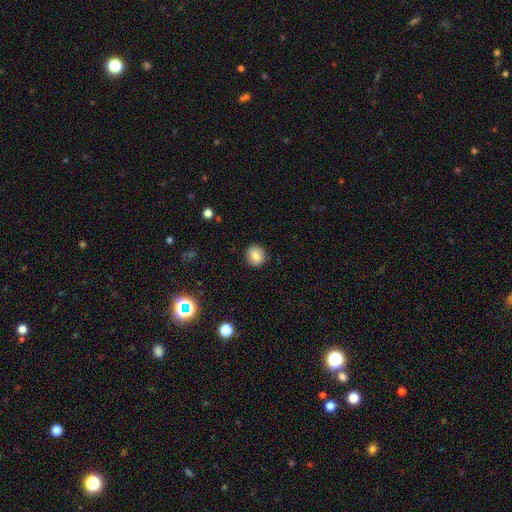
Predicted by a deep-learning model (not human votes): Smooth or featured? Predicted: smooth (p=0.79). How rounded? Predicted: round (p=0.86). Merging? Predicted: none (p=0.88).